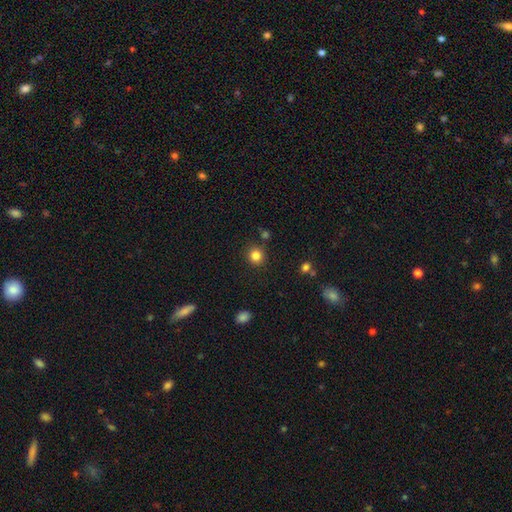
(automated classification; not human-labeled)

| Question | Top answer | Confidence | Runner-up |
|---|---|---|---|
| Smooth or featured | smooth | 84% | star or artifact (12%) |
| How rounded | round | 91% | in between (8%) |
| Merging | none | 86% | minor disturbance (8%) |